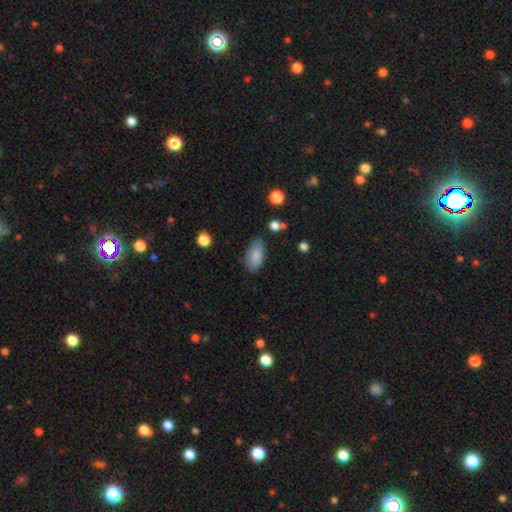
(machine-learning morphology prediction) Smooth or featured: smooth — 84% (featured or disk — 10%)
How rounded: in between — 93% (cigar-shaped — 4%)
Merging: none — 75% (minor disturbance — 19%)